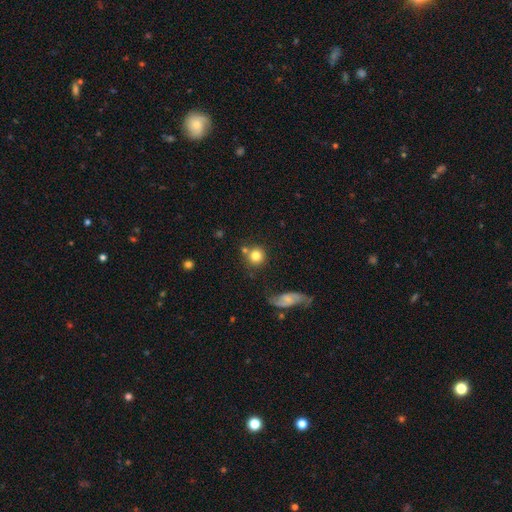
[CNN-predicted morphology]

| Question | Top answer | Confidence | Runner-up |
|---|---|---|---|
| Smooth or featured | smooth | 78% | featured or disk (12%) |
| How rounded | round | 92% | in between (7%) |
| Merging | none | 70% | merger (14%) |